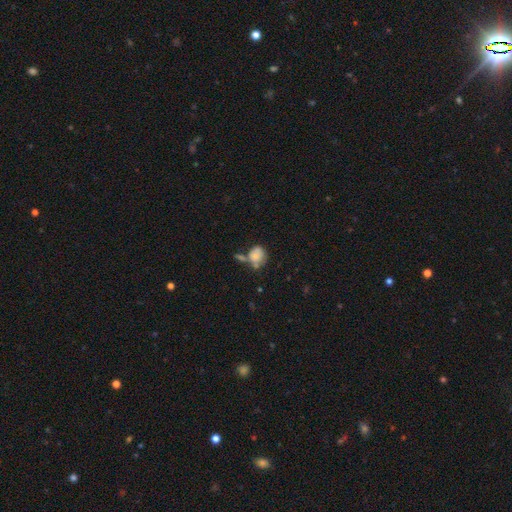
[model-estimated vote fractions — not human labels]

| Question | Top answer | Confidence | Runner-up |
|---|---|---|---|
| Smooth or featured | smooth | 75% | featured or disk (16%) |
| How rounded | round | 65% | in between (33%) |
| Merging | none | 36% | merger (32%) |